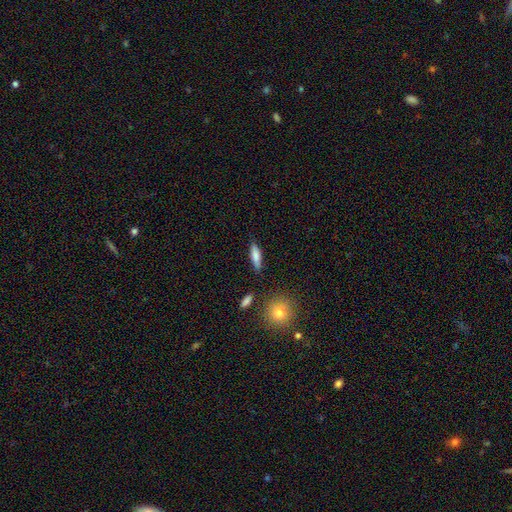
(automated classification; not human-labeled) This is likely a smooth galaxy (75%). How rounded: likely cigar-shaped (61%). Merging: likely none (80%).